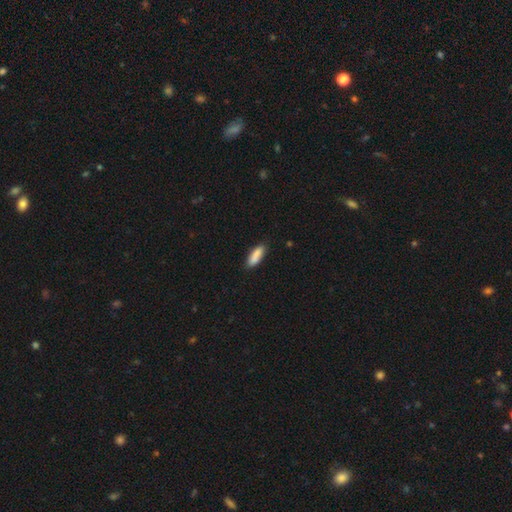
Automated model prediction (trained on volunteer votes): A smooth galaxy with no disk features (88%) that is in between round and cigar-shaped (58%). Merging: none (83%).